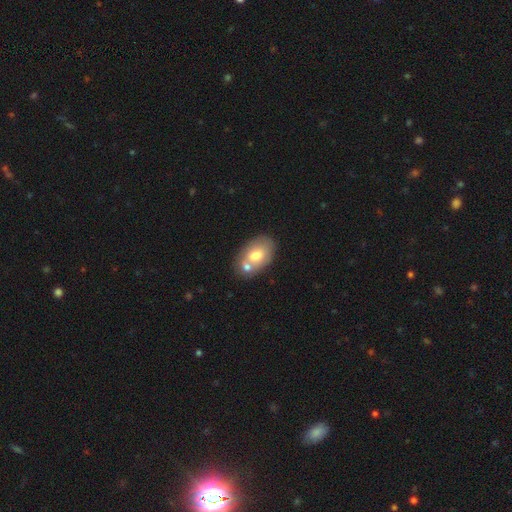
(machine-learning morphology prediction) A smooth galaxy with no disk features (68%) that is in between round and cigar-shaped (89%). Merging: none (49%).